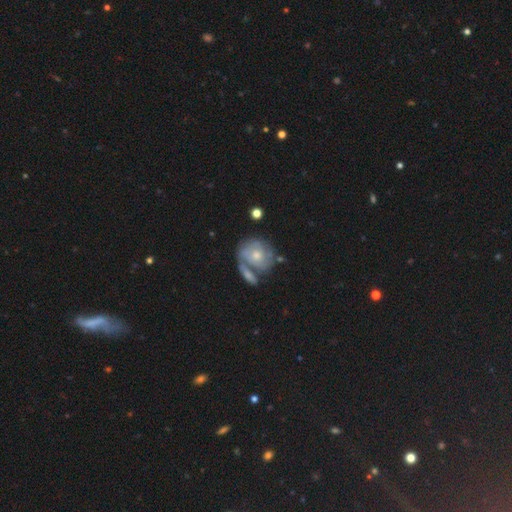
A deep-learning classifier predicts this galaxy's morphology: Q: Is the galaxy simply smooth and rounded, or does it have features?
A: featured or disk — 61%.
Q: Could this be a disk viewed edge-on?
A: no — 96%.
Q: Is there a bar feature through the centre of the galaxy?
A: no — 82%.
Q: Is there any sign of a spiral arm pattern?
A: yes — 67%.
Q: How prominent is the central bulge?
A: moderate — 56%.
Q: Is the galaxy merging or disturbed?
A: none — 47%.